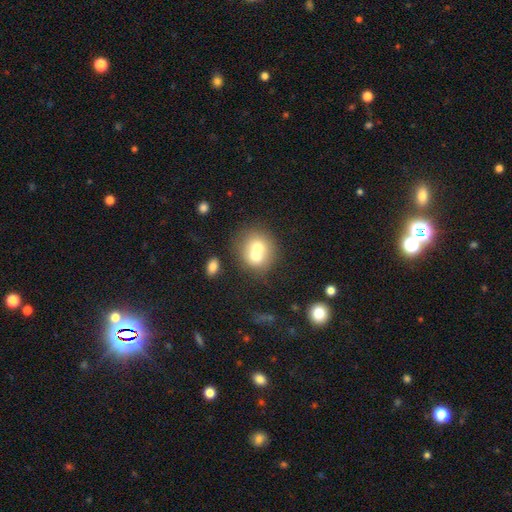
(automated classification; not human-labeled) Smooth or featured: smooth — 65% (featured or disk — 25%)
How rounded: round — 78% (in between — 21%)
Merging: merger — 61% (none — 29%)